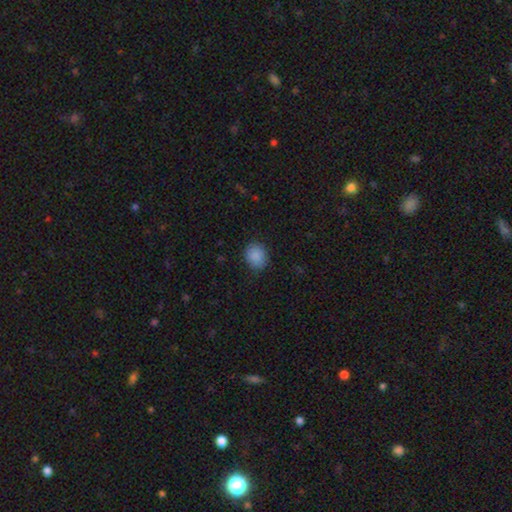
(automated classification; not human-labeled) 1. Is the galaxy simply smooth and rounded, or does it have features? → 88% smooth, 8% star or artifact, 4% featured or disk.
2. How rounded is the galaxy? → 63% round, 37% in between, 1% cigar-shaped.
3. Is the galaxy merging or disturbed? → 85% none, 12% minor disturbance, 3% major disturbance, 1% merger.